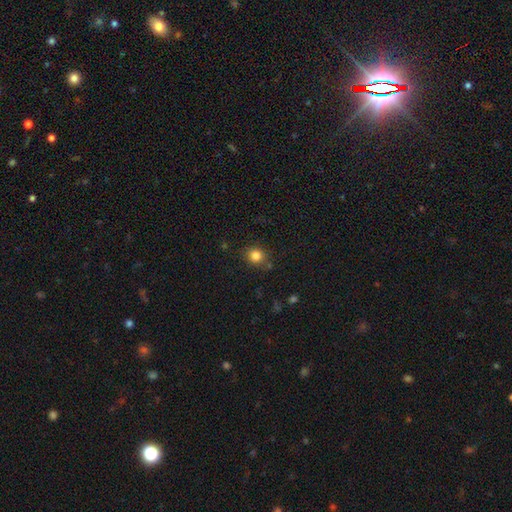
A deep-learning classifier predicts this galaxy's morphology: Smooth or featured? Predicted: smooth (p=0.83). How rounded? Predicted: round (p=0.84). Merging? Predicted: none (p=0.81).